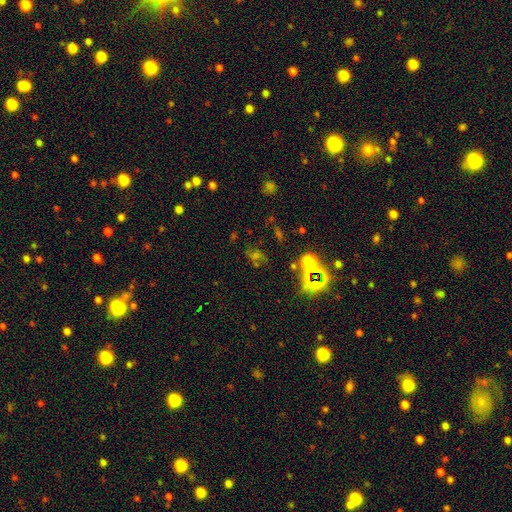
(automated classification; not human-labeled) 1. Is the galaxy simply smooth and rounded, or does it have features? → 55% star or artifact, 32% smooth, 14% featured or disk.